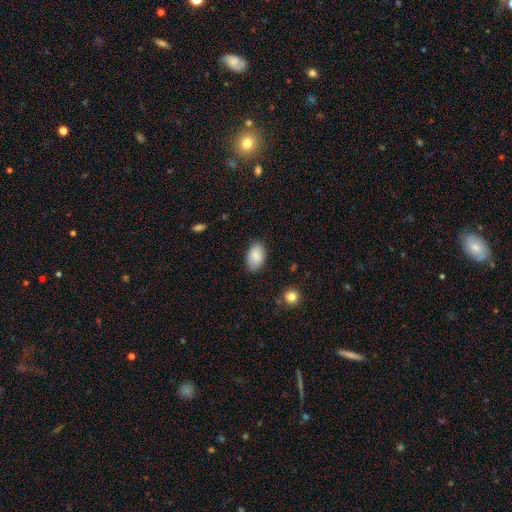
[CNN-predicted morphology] smooth-or-featured: smooth: 88% | star or artifact: 7% | featured or disk: 5%
  how-rounded: in between: 93% | round: 6% | cigar-shaped: 1%
  merging: none: 82% | minor disturbance: 14% | major disturbance: 3% | merger: 1%